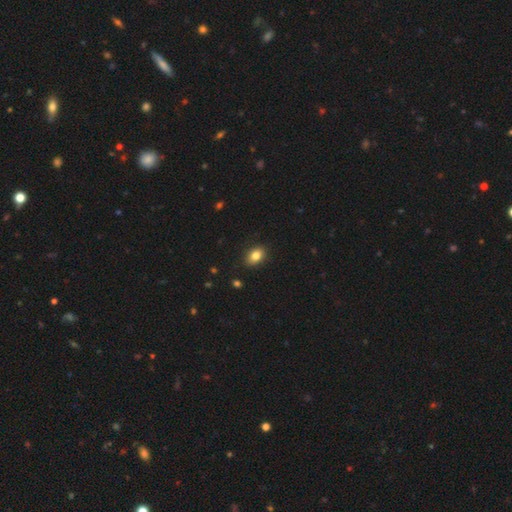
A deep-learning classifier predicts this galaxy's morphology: type=smooth (83%); roundness=in between (79%); merging=none (88%).